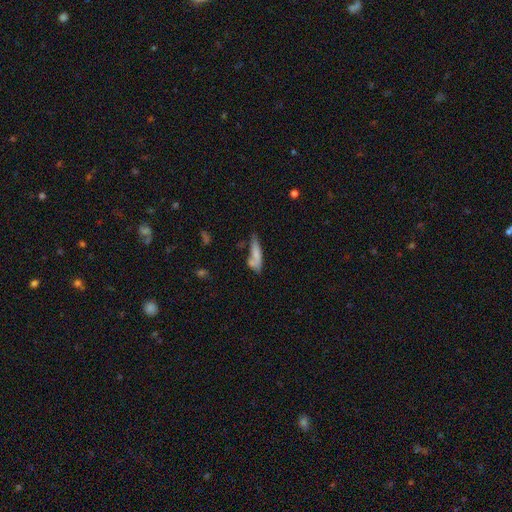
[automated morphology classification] Smooth or featured?
  - smooth: 72% *
  - featured or disk: 21%
  - star or artifact: 8%
How rounded?
  - cigar-shaped: 68% *
  - in between: 30%
  - round: 2%
Merging?
  - none: 44% *
  - minor disturbance: 24%
  - merger: 22%
  - major disturbance: 10%